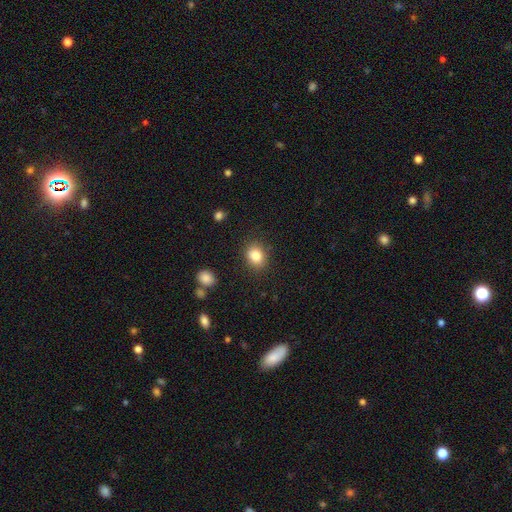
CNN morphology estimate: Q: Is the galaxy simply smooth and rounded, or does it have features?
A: smooth — 84%.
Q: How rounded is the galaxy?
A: round — 51%.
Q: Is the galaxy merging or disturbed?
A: none — 84%.